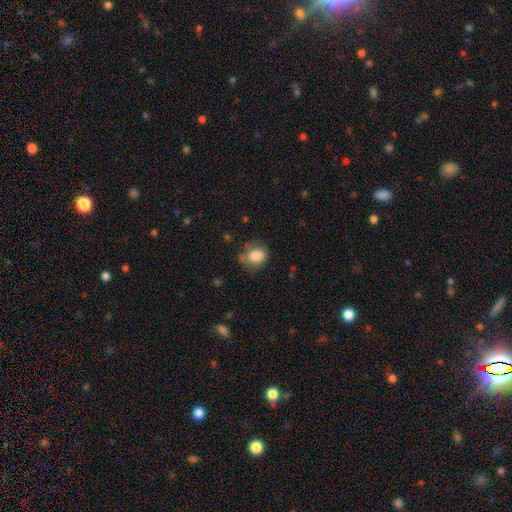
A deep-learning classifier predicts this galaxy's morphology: This appears to be a smooth galaxy with no disk features (83%) that is round (61%). Merging: none (62%).